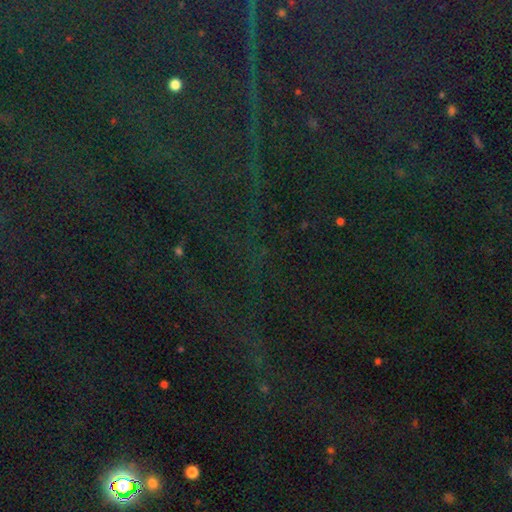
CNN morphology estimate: smooth-or-featured: star or artifact: 83% | smooth: 9% | featured or disk: 8%